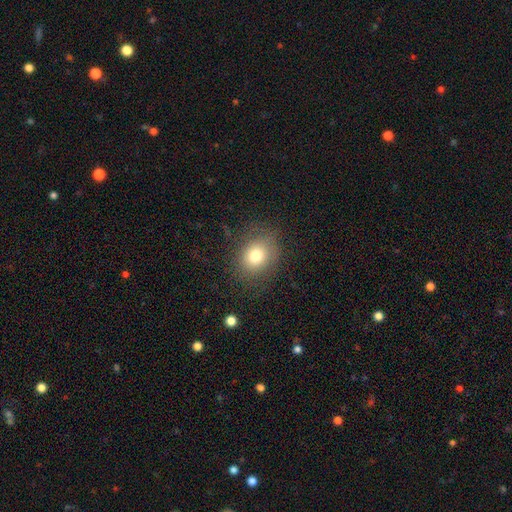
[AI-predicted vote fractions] This is likely a smooth galaxy (76%). How rounded: likely round (60%). Merging: likely none (80%).